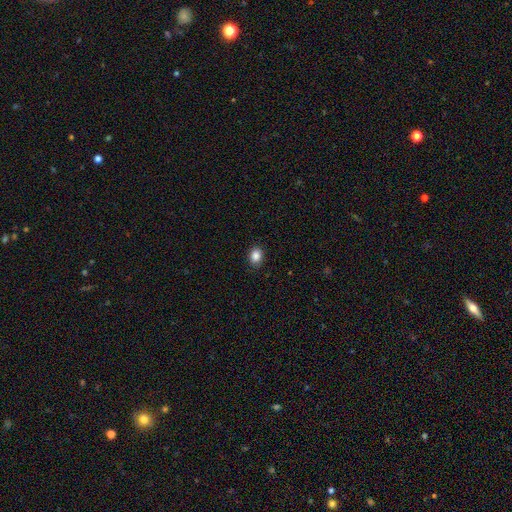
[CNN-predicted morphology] This is clearly a smooth galaxy (87%). How rounded: possibly in between (60%). Merging: clearly none (88%).